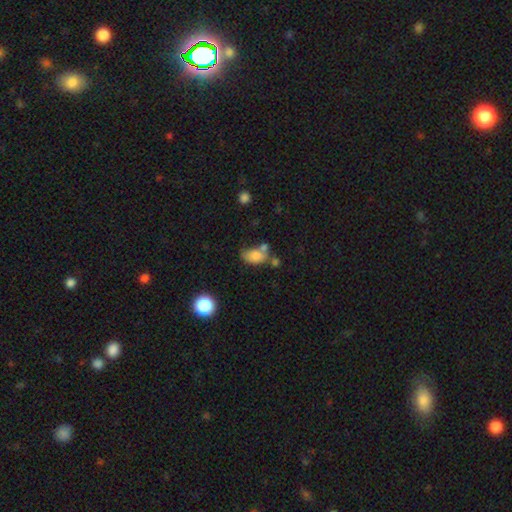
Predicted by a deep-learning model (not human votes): Overall: smooth (77%). How rounded: in between (86%). Merging: none (42%; merger 30%).